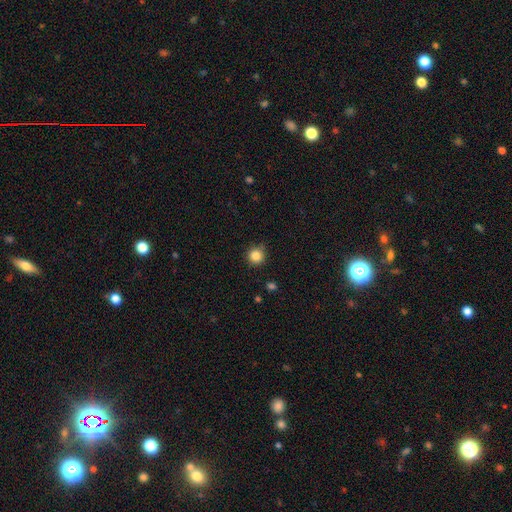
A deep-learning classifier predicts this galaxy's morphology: smooth-or-featured: smooth: 85% | star or artifact: 11% | featured or disk: 4%
  how-rounded: round: 94% | in between: 5% | cigar-shaped: 1%
  merging: none: 85% | minor disturbance: 11% | major disturbance: 2% | merger: 2%